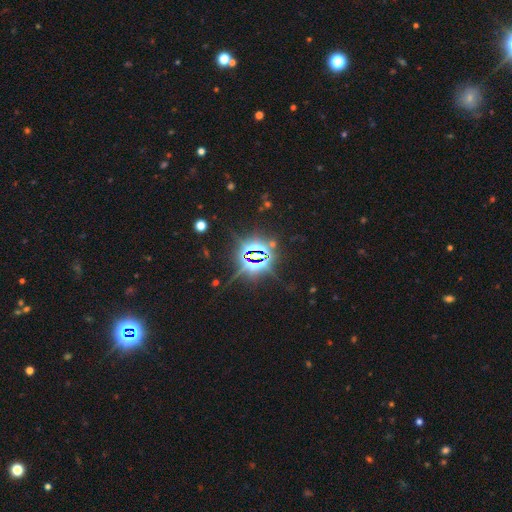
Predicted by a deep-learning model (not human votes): Q: Smooth or featured?
A: star or artifact (84%); runner-up: featured or disk (8%)